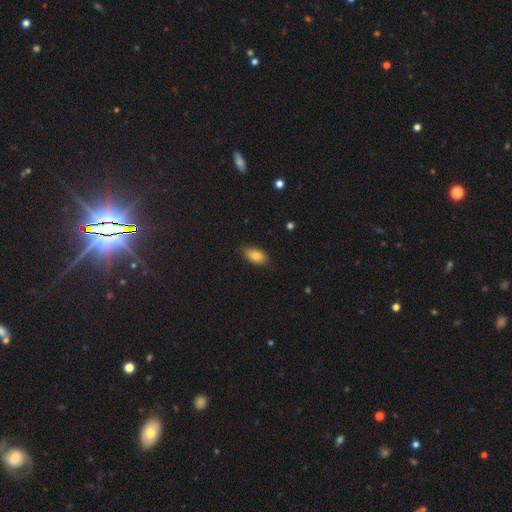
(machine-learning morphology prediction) smooth 82%, featured or disk 10%, star or artifact 8%. Down the decision tree: how rounded — in between (91%); merging — none (81%).